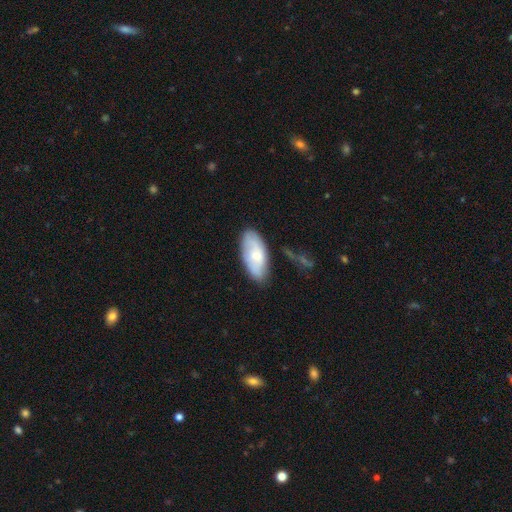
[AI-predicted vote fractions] Morphology: type=smooth (65%); roundness=in between (91%); merging=none (71%).